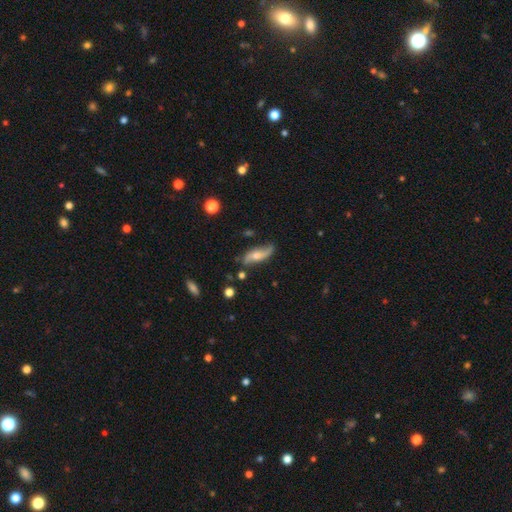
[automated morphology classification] type=featured or disk (68%); edge-on=no (80%); bar=no (65%); spiral arms=yes (90%); bulge=moderate (60%); merging=none (70%).